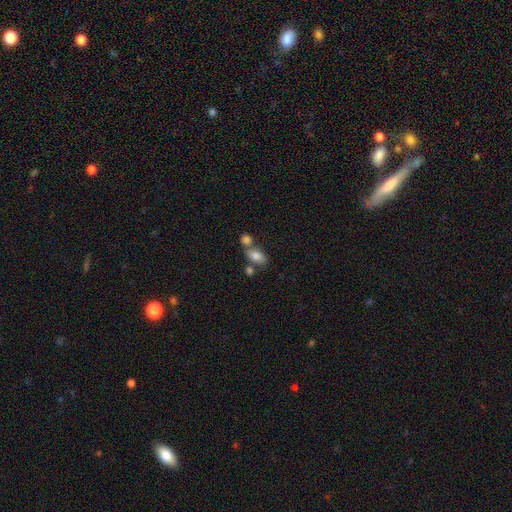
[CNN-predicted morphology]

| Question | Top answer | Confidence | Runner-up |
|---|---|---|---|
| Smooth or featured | smooth | 80% | featured or disk (11%) |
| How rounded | in between | 87% | round (9%) |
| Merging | none | 46% | merger (36%) |